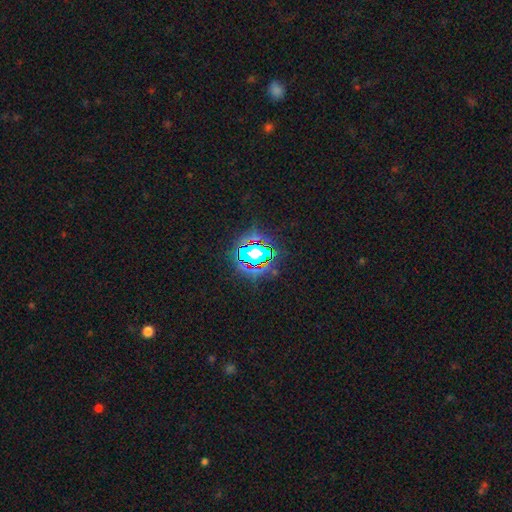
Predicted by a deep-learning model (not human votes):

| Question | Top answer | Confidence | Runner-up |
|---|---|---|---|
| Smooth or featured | star or artifact | 64% | smooth (22%) |